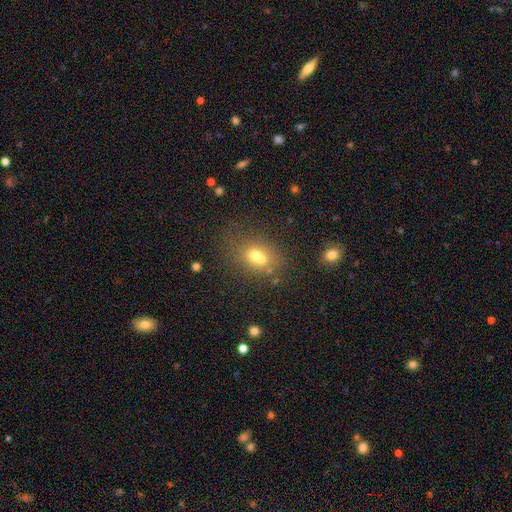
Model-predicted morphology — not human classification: This is likely a smooth galaxy (62%). How rounded: possibly round (57%). Merging: possibly merger (46%).